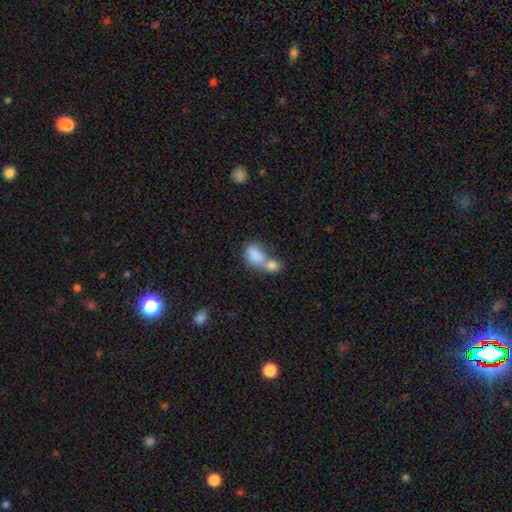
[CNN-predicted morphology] Smooth or featured?
  - smooth: 82% *
  - featured or disk: 11%
  - star or artifact: 8%
How rounded?
  - in between: 81% *
  - round: 17%
  - cigar-shaped: 2%
Merging?
  - merger: 72% *
  - none: 16%
  - minor disturbance: 7%
  - major disturbance: 5%